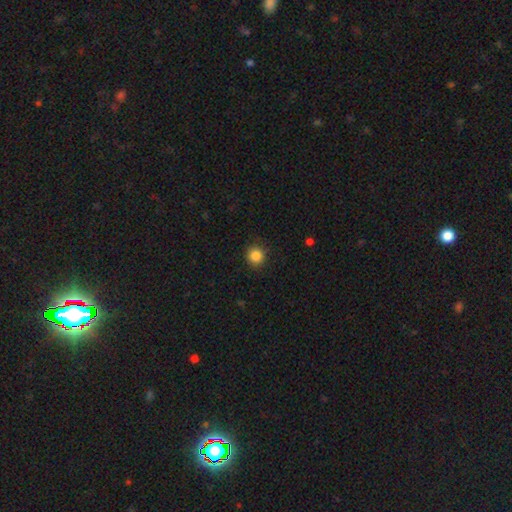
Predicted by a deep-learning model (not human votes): This appears to be a smooth galaxy with no disk features (85%) that is round (93%). Merging: none (90%).